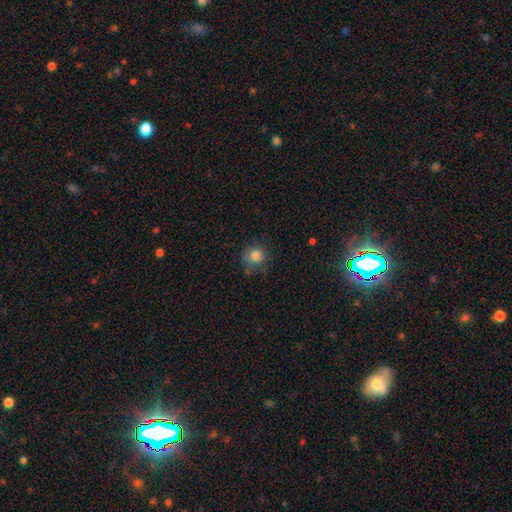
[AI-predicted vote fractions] Smooth or featured: smooth — 81% (star or artifact — 12%)
How rounded: round — 88% (in between — 11%)
Merging: none — 66% (minor disturbance — 23%)